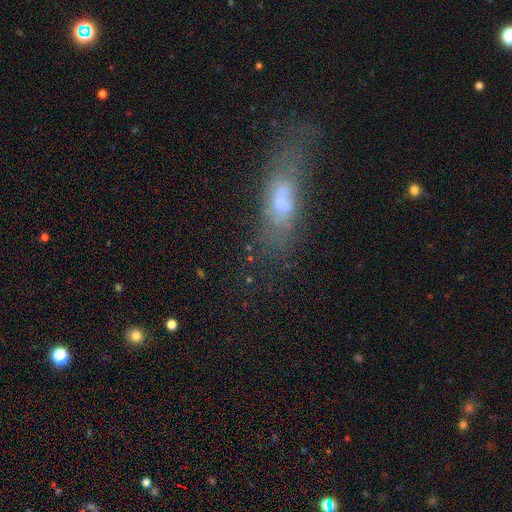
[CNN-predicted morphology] This appears to be a smooth galaxy with no disk features (45%). Merging: none (63%).